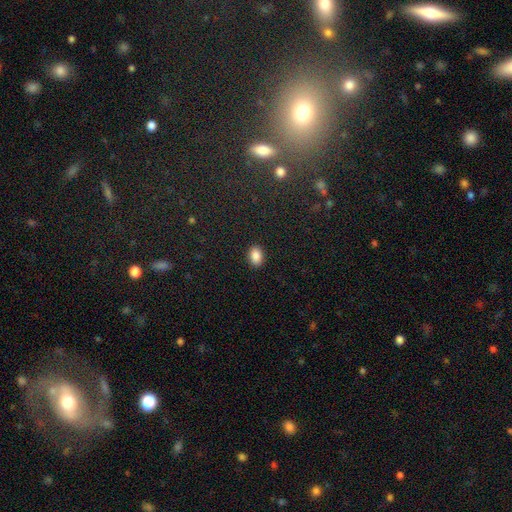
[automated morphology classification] smooth-or-featured: smooth: 88% | star or artifact: 9% | featured or disk: 4%
  how-rounded: in between: 81% | round: 18% | cigar-shaped: 1%
  merging: none: 90% | minor disturbance: 7% | major disturbance: 2% | merger: 1%